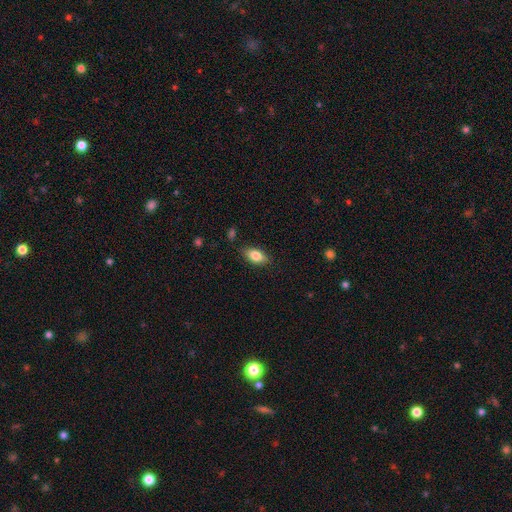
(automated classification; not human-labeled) Smooth or featured? smooth (82%)
How rounded? in between (89%)
Merging? none (83%)